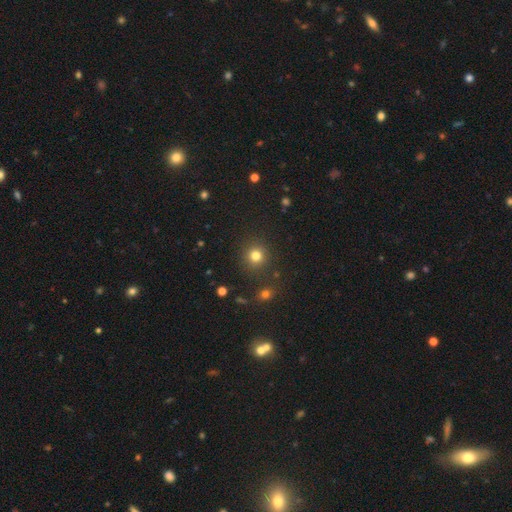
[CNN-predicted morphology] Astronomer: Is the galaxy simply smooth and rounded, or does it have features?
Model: smooth — 79%.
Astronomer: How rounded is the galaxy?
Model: round — 92%.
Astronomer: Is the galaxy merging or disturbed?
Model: none — 87%.